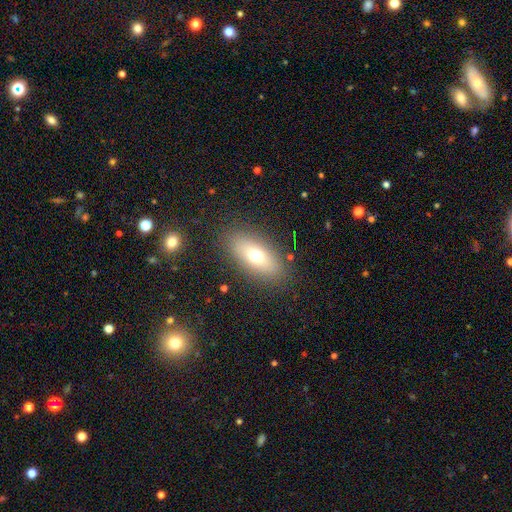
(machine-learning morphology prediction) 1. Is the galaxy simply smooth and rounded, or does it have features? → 68% smooth, 22% featured or disk, 10% star or artifact.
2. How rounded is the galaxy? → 81% in between, 13% cigar-shaped, 6% round.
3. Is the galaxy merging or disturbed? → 85% none, 10% minor disturbance, 4% major disturbance, 2% merger.